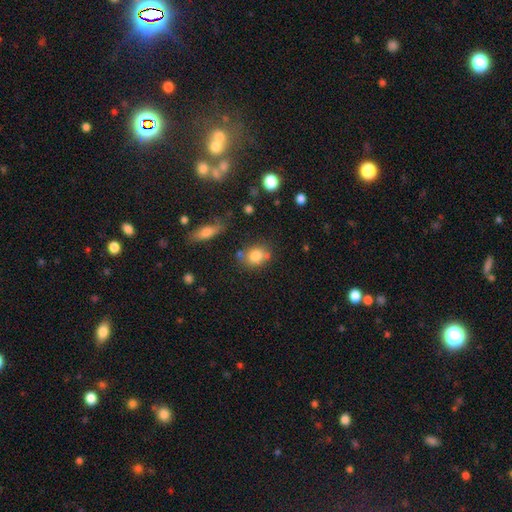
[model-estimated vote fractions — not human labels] This appears to be a smooth galaxy with no disk features (79%) that is in between round and cigar-shaped (49%, tied with round). Merging: none (65%).